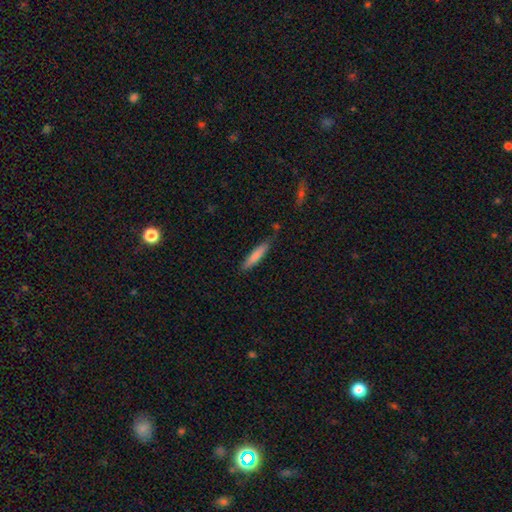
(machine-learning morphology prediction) Smooth or featured? smooth (79%)
How rounded? cigar-shaped (87%)
Merging? none (77%)